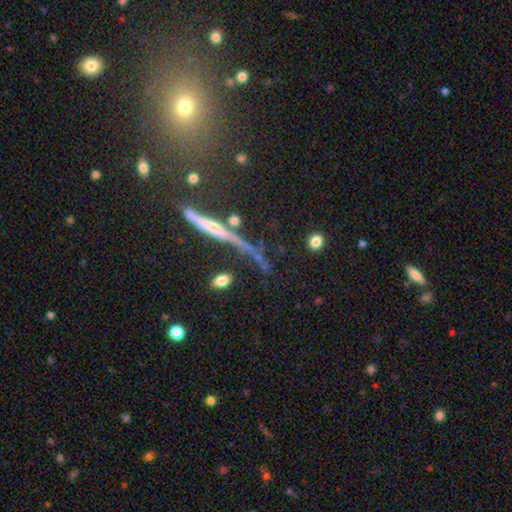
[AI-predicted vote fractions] smooth_or_featured: featured or disk (p=0.45) [alt: smooth p=0.31]
merging: none (p=0.64) [alt: minor disturbance p=0.15]